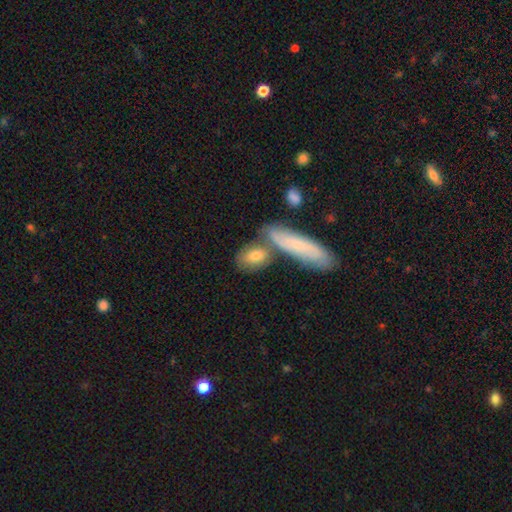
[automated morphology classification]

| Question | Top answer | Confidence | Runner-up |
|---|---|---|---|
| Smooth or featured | smooth | 68% | featured or disk (25%) |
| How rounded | in between | 71% | cigar-shaped (17%) |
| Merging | none | 49% | merger (32%) |